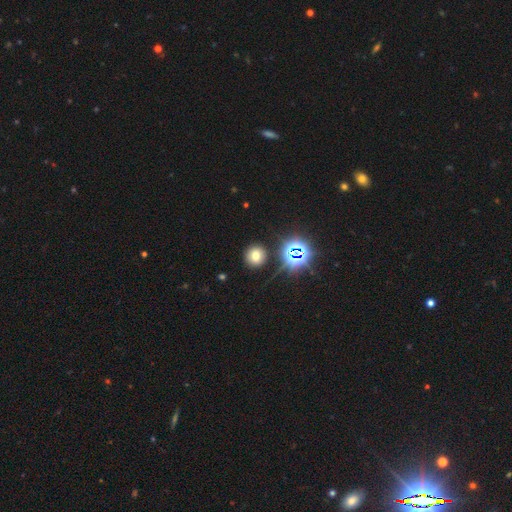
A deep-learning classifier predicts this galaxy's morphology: type=smooth (65%); roundness=round (90%); merging=none (86%).